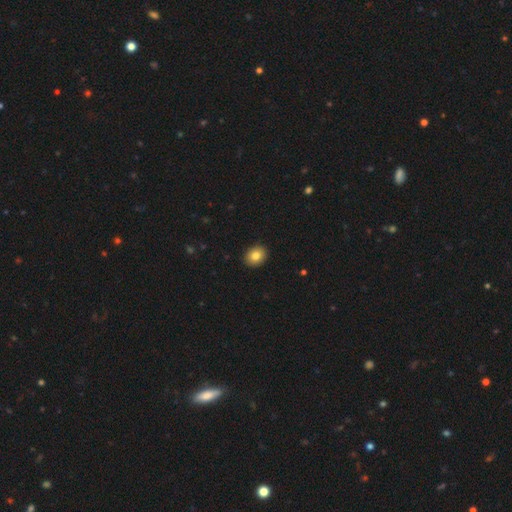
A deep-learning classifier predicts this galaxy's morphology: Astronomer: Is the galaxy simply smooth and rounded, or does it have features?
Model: smooth — 83%.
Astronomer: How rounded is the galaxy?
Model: round — 55% (runner-up: in between, 45%).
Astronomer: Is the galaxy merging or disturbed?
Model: none — 91%.